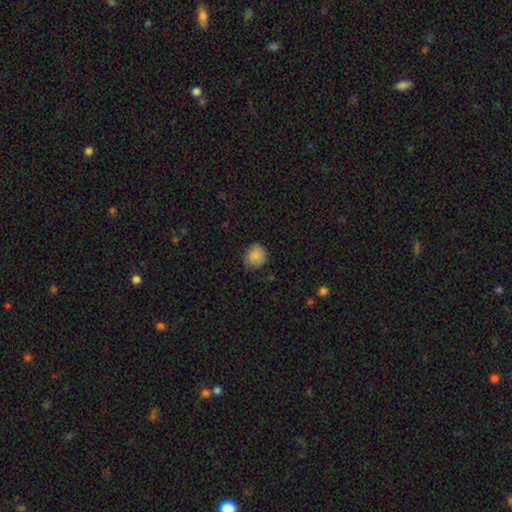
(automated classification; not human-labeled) Morphology: type=smooth (85%); roundness=round (81%); merging=none (73%).